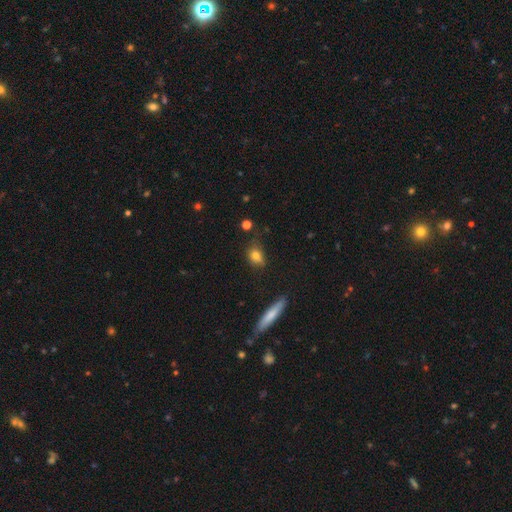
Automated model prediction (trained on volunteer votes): This appears to be a smooth galaxy with no disk features (78%) that is in between round and cigar-shaped (65%). Merging: none (62%).